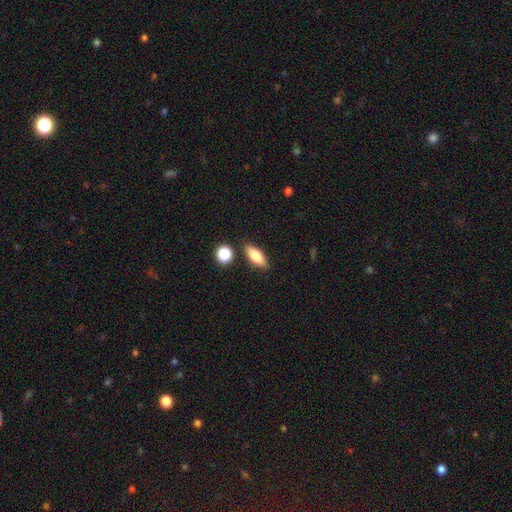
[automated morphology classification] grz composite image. It shows a smooth galaxy with no disk features (74%) that is in between round and cigar-shaped (72%). Merging: none (83%).